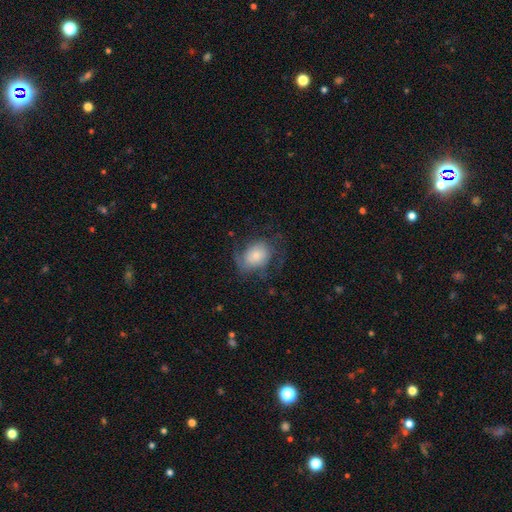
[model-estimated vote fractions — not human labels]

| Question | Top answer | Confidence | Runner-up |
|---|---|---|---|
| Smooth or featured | smooth | 54% | featured or disk (38%) |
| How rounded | in between | 57% | round (42%) |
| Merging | none | 47% | major disturbance (26%) |